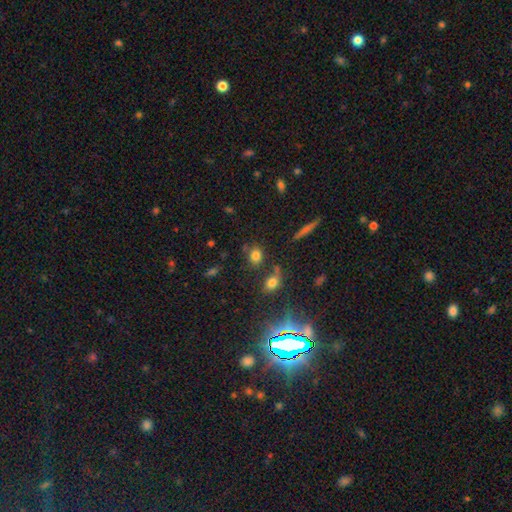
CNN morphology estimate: This appears to be a smooth galaxy with no disk features (77%) that is round (60%). Merging: none (73%).